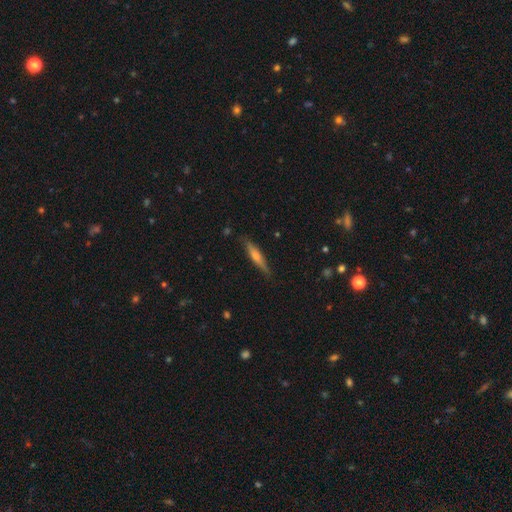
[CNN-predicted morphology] Smooth or featured: featured or disk — 59% (smooth — 35%)
Edge-on disk: yes — 96% (no — 4%)
Edge-on bulge: rounded — 78% (none — 15%)
Merging: none — 86% (minor disturbance — 11%)